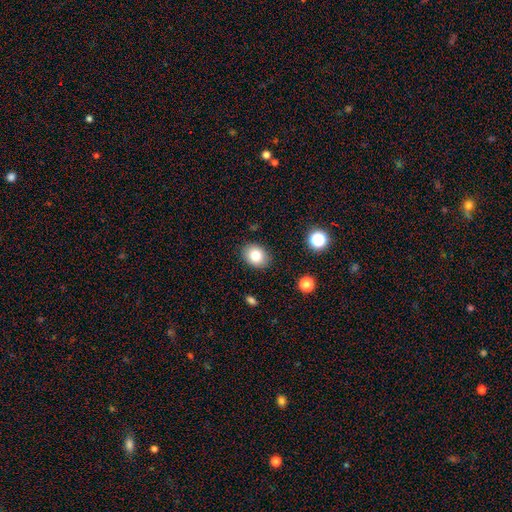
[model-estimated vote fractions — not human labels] smooth_or_featured: smooth (p=0.82) [alt: star or artifact p=0.10]
how_rounded: in between (p=0.58) [alt: round p=0.41]
merging: none (p=0.87) [alt: minor disturbance p=0.09]